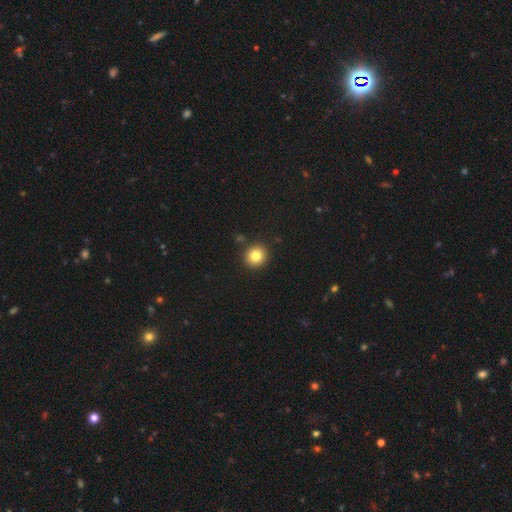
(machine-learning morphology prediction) type=smooth (82%); roundness=round (91%); merging=none (90%).